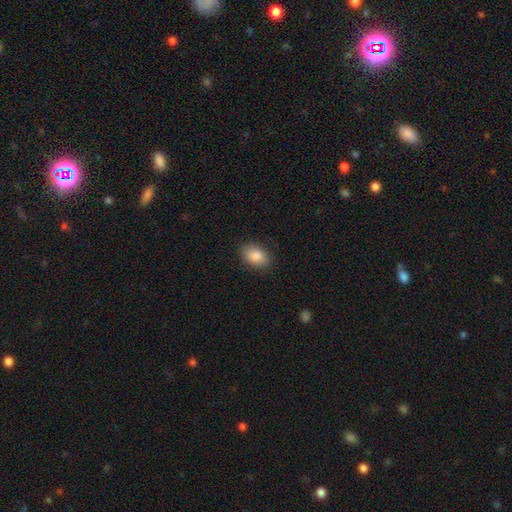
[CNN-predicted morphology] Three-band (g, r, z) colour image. It shows a smooth galaxy with no disk features (87%) that is in between round and cigar-shaped (81%). Merging: none (85%).